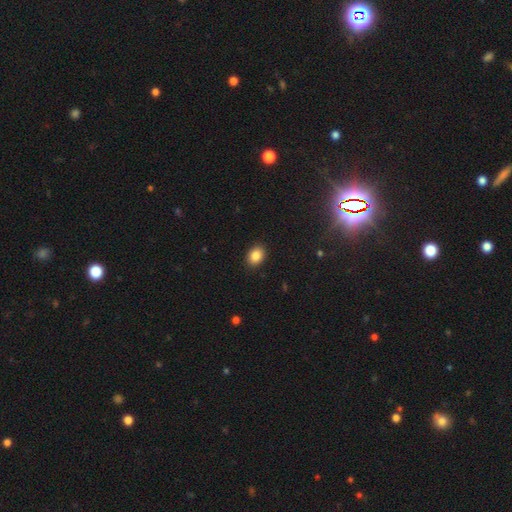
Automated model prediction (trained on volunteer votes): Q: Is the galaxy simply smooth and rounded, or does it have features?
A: smooth — 86%.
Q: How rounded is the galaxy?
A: in between — 65%.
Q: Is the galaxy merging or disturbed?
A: none — 90%.